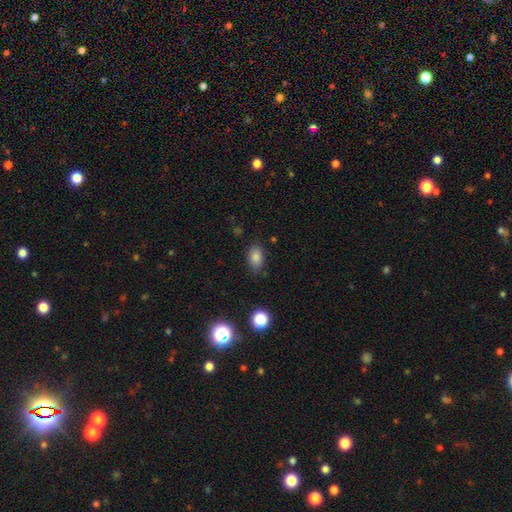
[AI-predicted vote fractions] Smooth or featured: smooth — 83% (star or artifact — 11%)
How rounded: in between — 87% (round — 12%)
Merging: none — 81% (minor disturbance — 14%)